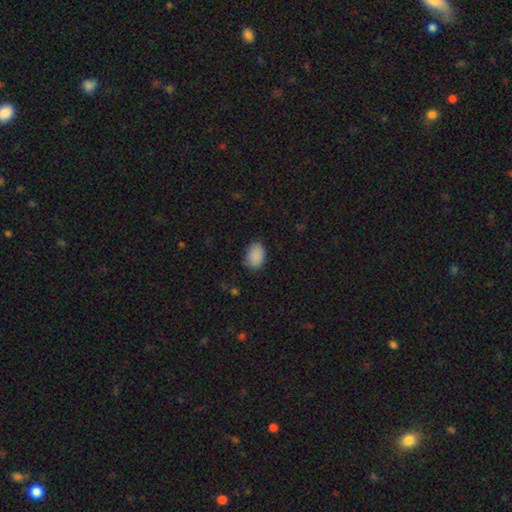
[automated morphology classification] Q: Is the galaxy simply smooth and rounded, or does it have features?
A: smooth — 88%.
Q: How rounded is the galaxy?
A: in between — 80%.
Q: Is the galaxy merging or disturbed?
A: none — 77%.